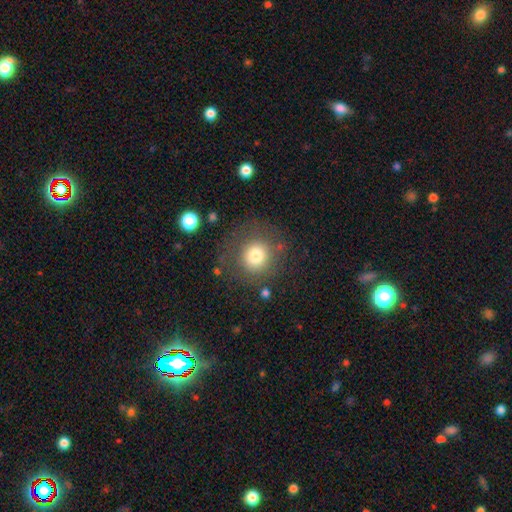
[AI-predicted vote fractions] This appears to be a smooth galaxy with no disk features (76%) that is round (92%). Merging: none (77%).